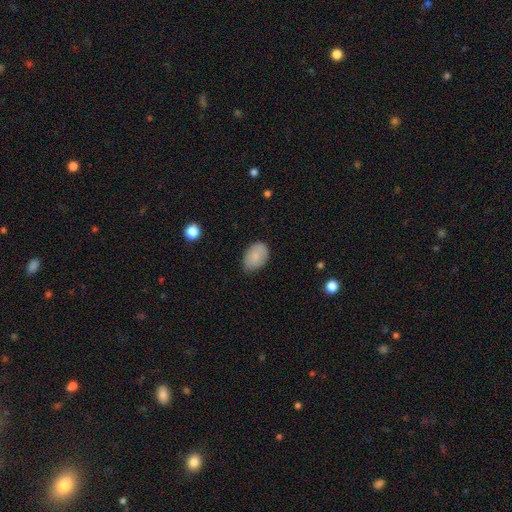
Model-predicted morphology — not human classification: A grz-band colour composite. It shows a smooth galaxy with no disk features (84%) that is in between round and cigar-shaped (85%). Merging: none (72%).